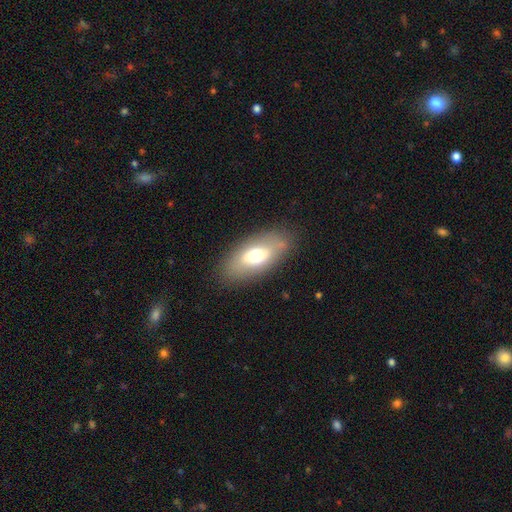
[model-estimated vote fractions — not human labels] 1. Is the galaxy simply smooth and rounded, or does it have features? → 61% smooth, 32% featured or disk, 8% star or artifact.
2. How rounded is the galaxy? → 89% in between, 7% cigar-shaped, 5% round.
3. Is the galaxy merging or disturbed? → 82% none, 12% minor disturbance, 4% major disturbance, 2% merger.